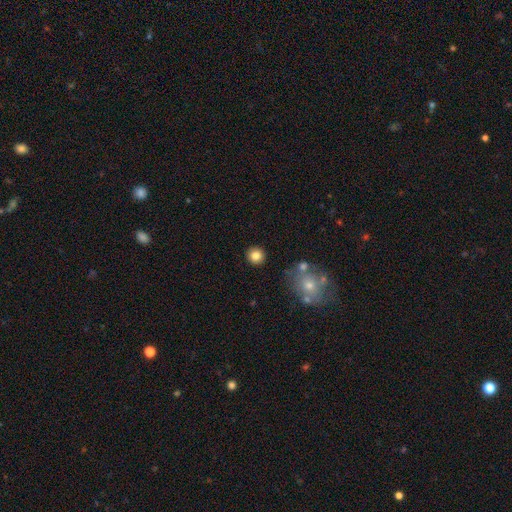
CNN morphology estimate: smooth 82%, star or artifact 11%, featured or disk 7%. Down the decision tree: how rounded — round (93%); merging — none (89%).